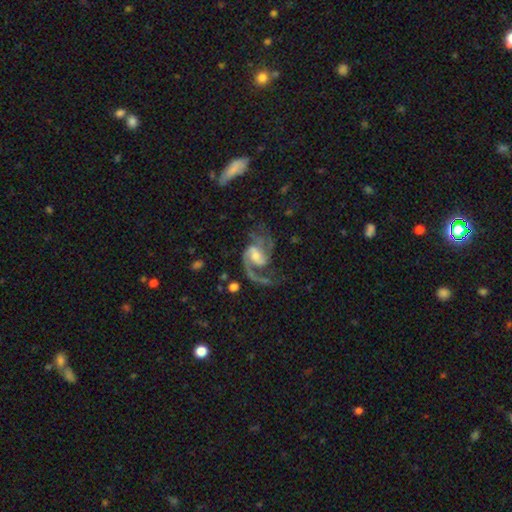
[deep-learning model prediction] This appears to be a featured or disk galaxy (91%) with a weak bar (47%), 2 (69%) medium (53%) spiral arms (97%) and a moderate central bulge (48%). Merging: none (57%).